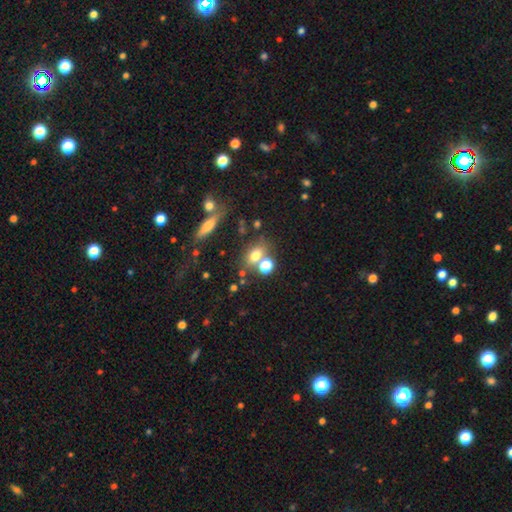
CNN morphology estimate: Smooth or featured? Predicted: smooth (p=0.69). How rounded? Predicted: in between (p=0.59). Merging? Predicted: none (p=0.55).